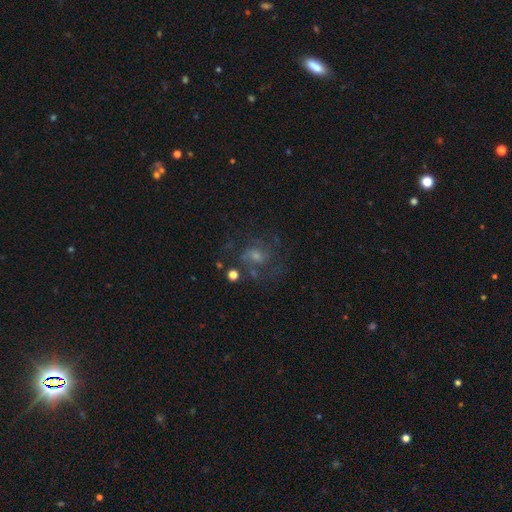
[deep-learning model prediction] smooth-or-featured: featured or disk: 65% | smooth: 22% | star or artifact: 13%
  disk-edge-on: no: 97% | yes: 3%
    bar: no: 52% | weak: 41% | strong: 7%
    has-spiral-arms: yes: 84% | no: 16%
      spiral-winding: medium: 50% | tight: 26% | loose: 24%
      spiral-arm-count: 2: 44% | can't tell: 28% | 3: 14% | 1: 6% | 4: 5% | more than 4: 4%
    bulge-size: small: 46% | moderate: 38% | none: 10% | large: 5% | dominant: 1%
  merging: none: 56% | major disturbance: 20% | minor disturbance: 18% | merger: 5%